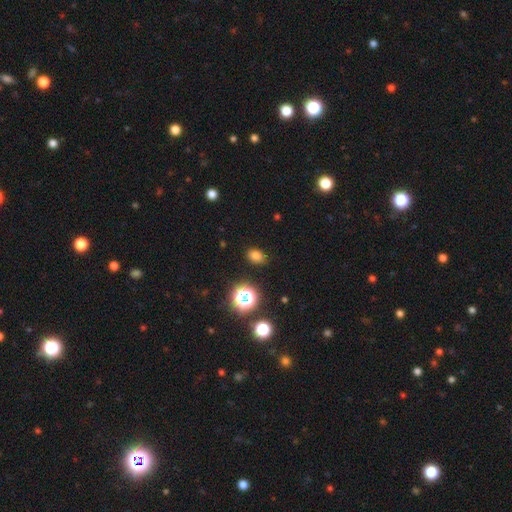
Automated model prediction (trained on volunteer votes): This appears to be a smooth galaxy with no disk features (77%) that is in between round and cigar-shaped (74%). Merging: none (86%).